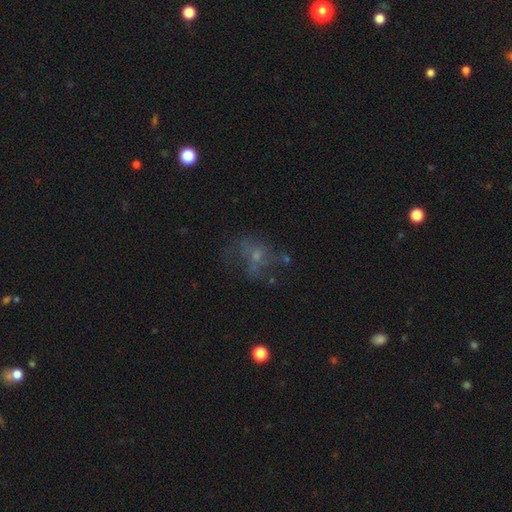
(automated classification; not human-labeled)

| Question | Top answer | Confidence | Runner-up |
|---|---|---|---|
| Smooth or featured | featured or disk | 40% | smooth (36%) |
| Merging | none | 45% | major disturbance (32%) |